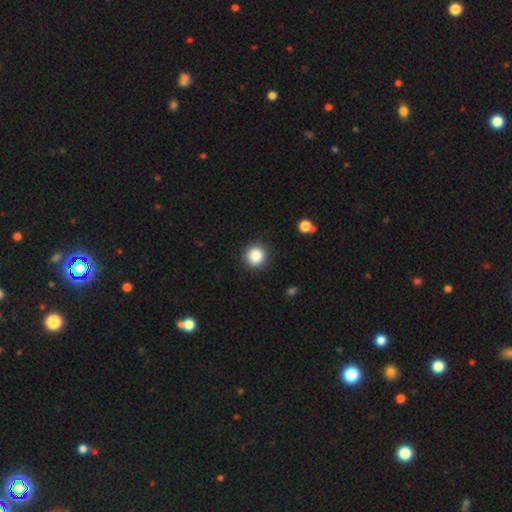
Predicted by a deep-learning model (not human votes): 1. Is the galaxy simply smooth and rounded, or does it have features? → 86% smooth, 10% star or artifact, 4% featured or disk.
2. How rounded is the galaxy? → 94% round, 5% in between, 1% cigar-shaped.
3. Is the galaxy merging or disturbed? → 91% none, 6% minor disturbance, 2% major disturbance, 1% merger.